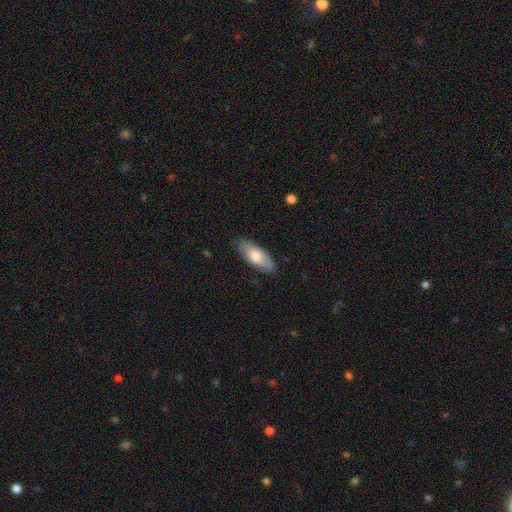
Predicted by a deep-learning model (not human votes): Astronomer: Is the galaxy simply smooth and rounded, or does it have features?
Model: smooth — 71%.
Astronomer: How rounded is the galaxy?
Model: in between — 79%.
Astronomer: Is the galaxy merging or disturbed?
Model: none — 83%.